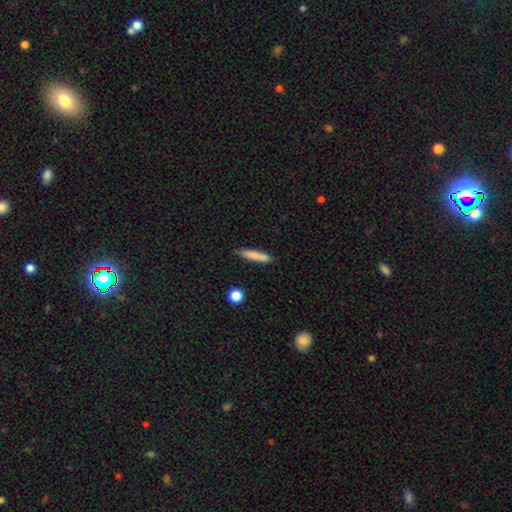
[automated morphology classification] Smooth or featured? smooth (82%)
How rounded? cigar-shaped (88%)
Merging? none (80%)